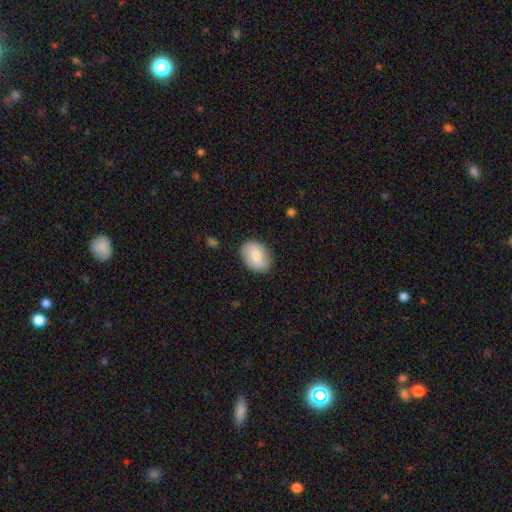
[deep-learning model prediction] This is likely a smooth galaxy (72%). How rounded: likely in between (75%). Merging: clearly none (82%).